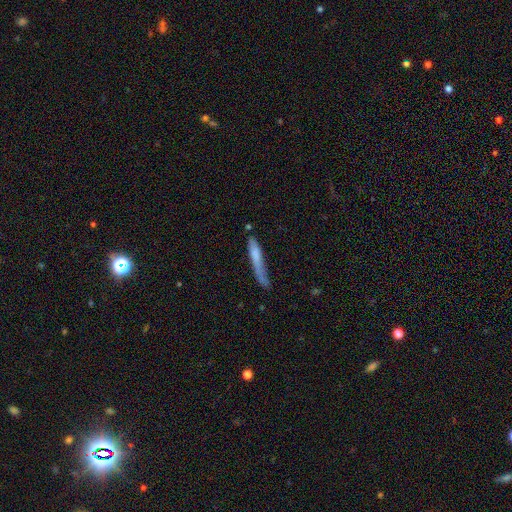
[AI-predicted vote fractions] Smooth or featured: smooth — 67% (featured or disk — 26%)
How rounded: cigar-shaped — 92% (in between — 6%)
Merging: none — 49% (minor disturbance — 29%)